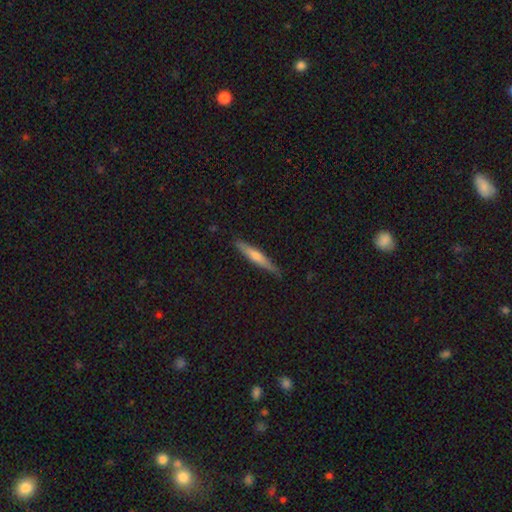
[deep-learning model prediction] smooth-or-featured: featured or disk: 54% | smooth: 39% | star or artifact: 7%
  disk-edge-on: yes: 96% | no: 4%
    edge-on-bulge: rounded: 71% | none: 21% | boxy: 8%
  merging: none: 89% | minor disturbance: 8% | major disturbance: 1% | merger: 1%